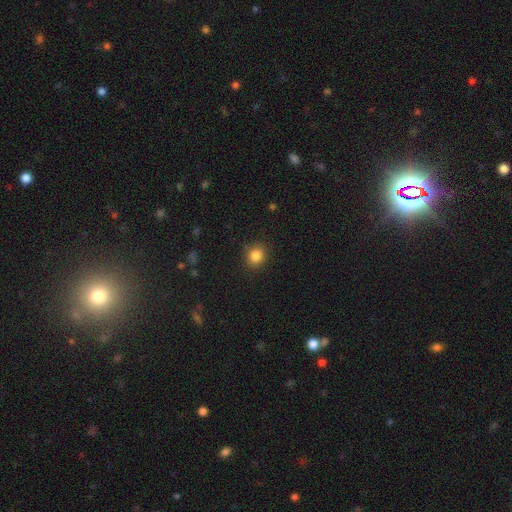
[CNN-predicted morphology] Smooth or featured: smooth — 84% (star or artifact — 11%)
How rounded: round — 81% (in between — 19%)
Merging: none — 89% (minor disturbance — 8%)